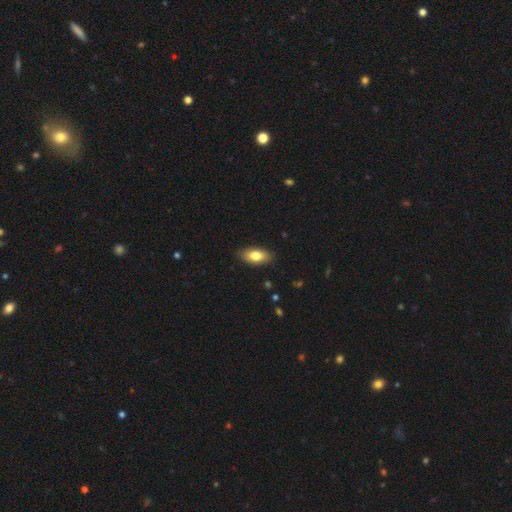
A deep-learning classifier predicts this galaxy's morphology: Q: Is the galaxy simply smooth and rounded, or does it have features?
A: smooth — 79%.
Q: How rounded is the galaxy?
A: in between — 89%.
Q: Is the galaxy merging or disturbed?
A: none — 87%.